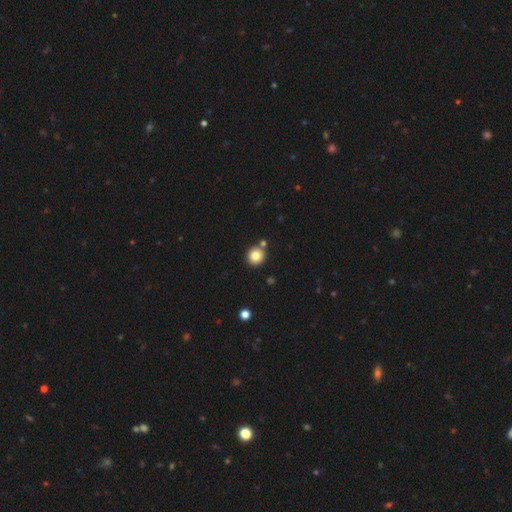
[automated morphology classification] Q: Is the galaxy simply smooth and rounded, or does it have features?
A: smooth — 82%.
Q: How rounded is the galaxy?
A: round — 92%.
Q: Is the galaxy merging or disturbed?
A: none — 82%.